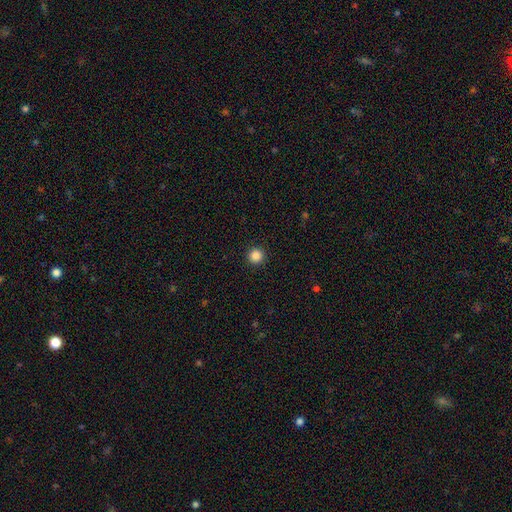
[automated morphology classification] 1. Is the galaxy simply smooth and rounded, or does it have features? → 86% smooth, 11% star or artifact, 3% featured or disk.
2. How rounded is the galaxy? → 96% round, 3% in between, 1% cigar-shaped.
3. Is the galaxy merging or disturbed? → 93% none, 4% minor disturbance, 2% major disturbance, 1% merger.